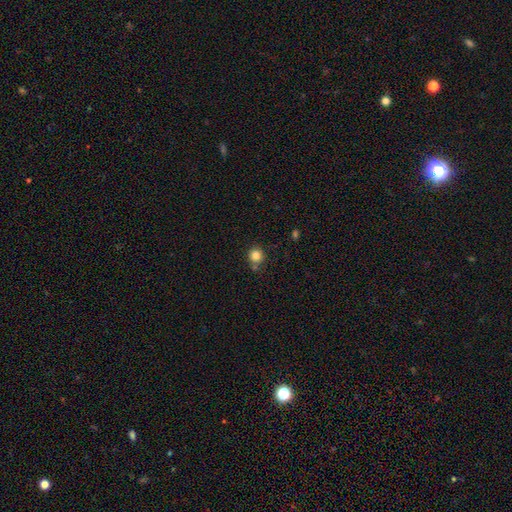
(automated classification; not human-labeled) This appears to be a smooth galaxy with no disk features (83%) that is round (92%). Merging: none (74%).